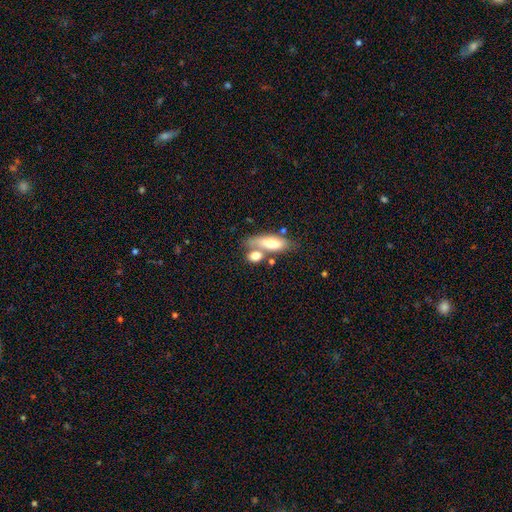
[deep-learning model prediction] The model was most divided on "merging": none: 46%, merger: 35%, minor disturbance: 13%, major disturbance: 6%. More confident: smooth or featured — smooth (74%); how rounded — in between (59%).